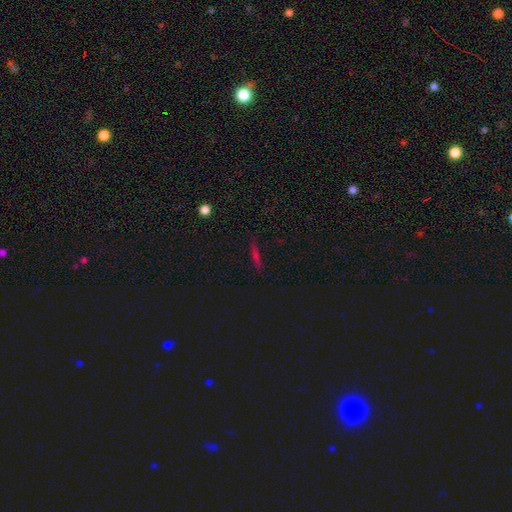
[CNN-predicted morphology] smooth_or_featured: smooth (p=0.55) [alt: featured or disk p=0.26]
how_rounded: cigar-shaped (p=0.87) [alt: in between p=0.09]
merging: none (p=0.87) [alt: minor disturbance p=0.09]